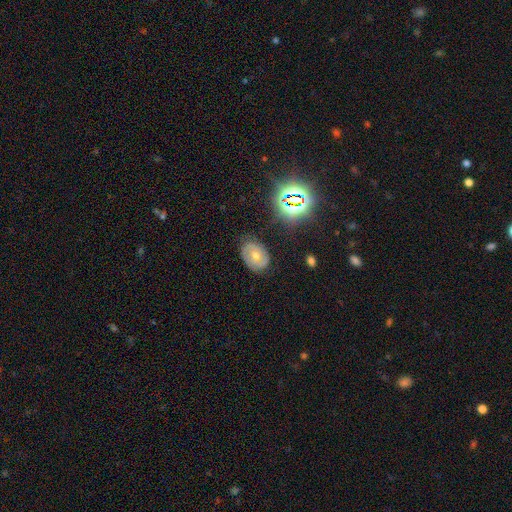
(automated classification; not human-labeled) This is possibly a featured or disk galaxy (59%). It is clearly not viewed edge-on (96%). Bar: likely no (68%). Spiral arm pattern: likely yes (76%). Central bulge: possibly moderate (56%). Merging: likely none (77%).